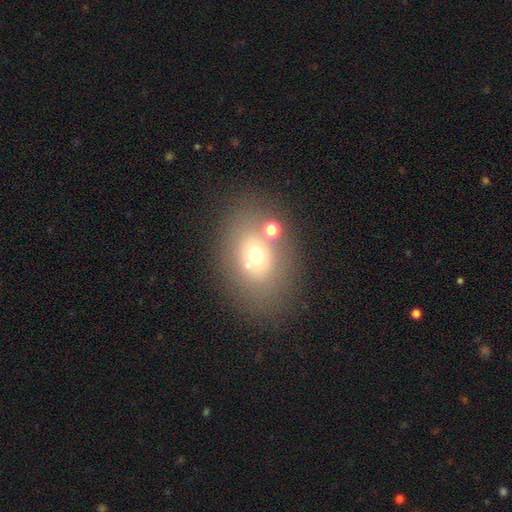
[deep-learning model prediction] smooth_or_featured: smooth (p=0.64) [alt: featured or disk p=0.20]
how_rounded: in between (p=0.65) [alt: round p=0.34]
merging: none (p=0.66) [alt: merger p=0.16]